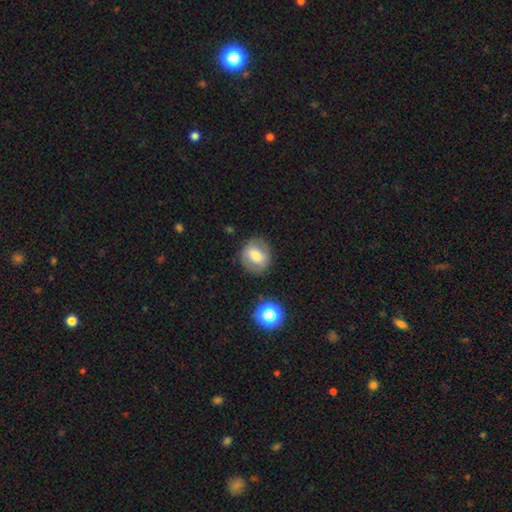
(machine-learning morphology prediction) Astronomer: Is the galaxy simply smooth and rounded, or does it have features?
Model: smooth — 66%.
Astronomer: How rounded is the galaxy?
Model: round — 74%.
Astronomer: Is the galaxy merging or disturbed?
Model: none — 81%.